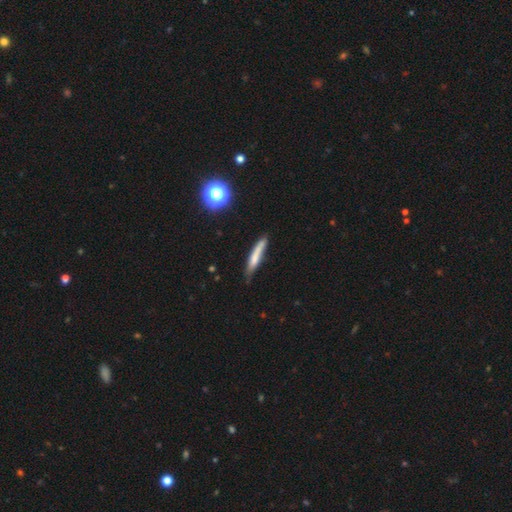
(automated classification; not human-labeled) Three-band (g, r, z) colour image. It shows a smooth galaxy with no disk features (66%) that is cigar-shaped (90%). Merging: none (61%).